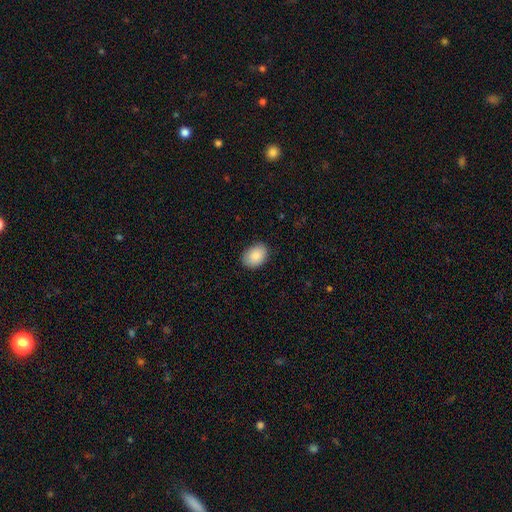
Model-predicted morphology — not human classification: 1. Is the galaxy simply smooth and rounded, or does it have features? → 88% smooth, 7% star or artifact, 5% featured or disk.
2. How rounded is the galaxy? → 76% in between, 23% round, 1% cigar-shaped.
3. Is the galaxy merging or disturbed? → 85% none, 12% minor disturbance, 2% major disturbance, 1% merger.